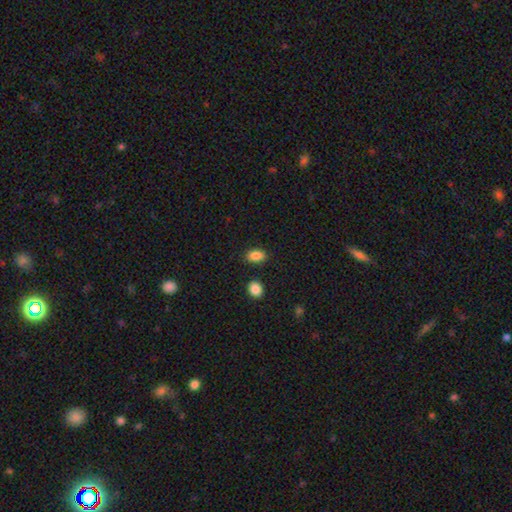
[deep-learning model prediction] smooth 87%, star or artifact 9%, featured or disk 4%. Down the decision tree: how rounded — in between (86%); merging — none (84%).